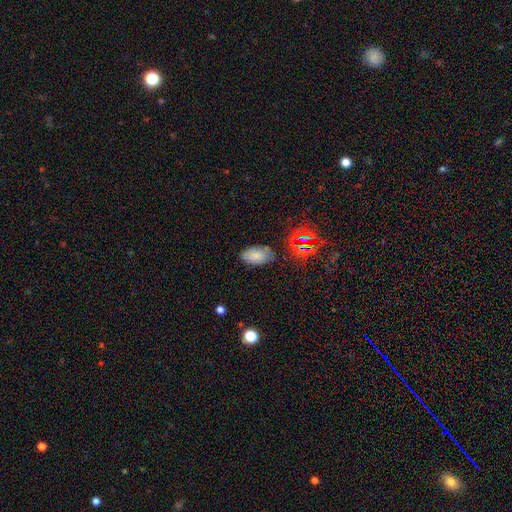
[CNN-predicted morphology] Overall: smooth (75%). How rounded: in between (93%). Merging: none (74%).